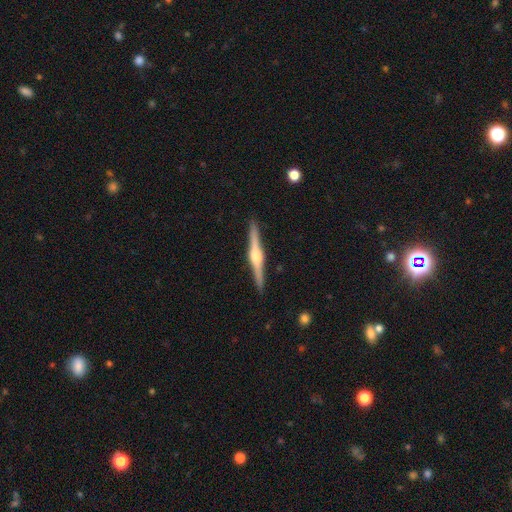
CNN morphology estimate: This appears to be a featured or disk galaxy (82%) viewed edge-on (99%) with a rounded central bulge (89%). Merging: none (92%).